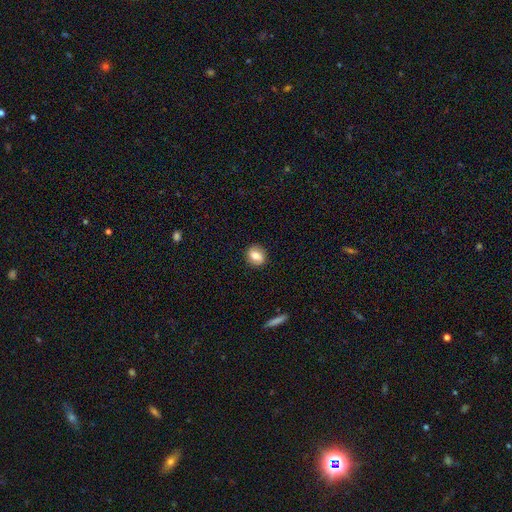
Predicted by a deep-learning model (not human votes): Morphology: type=smooth (75%); roundness=round (69%); merging=none (88%).